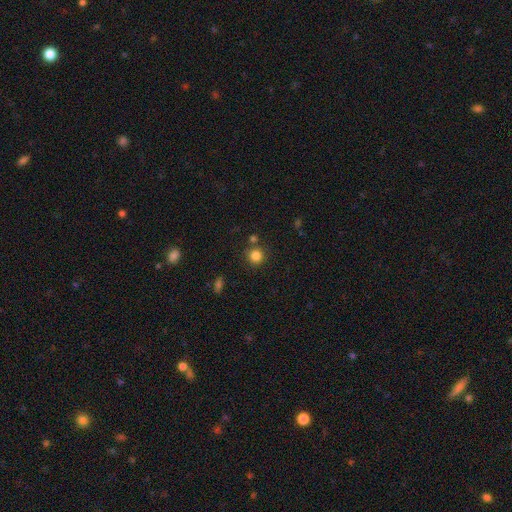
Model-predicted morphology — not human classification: Smooth or featured? smooth (83%)
How rounded? round (92%)
Merging? none (79%)